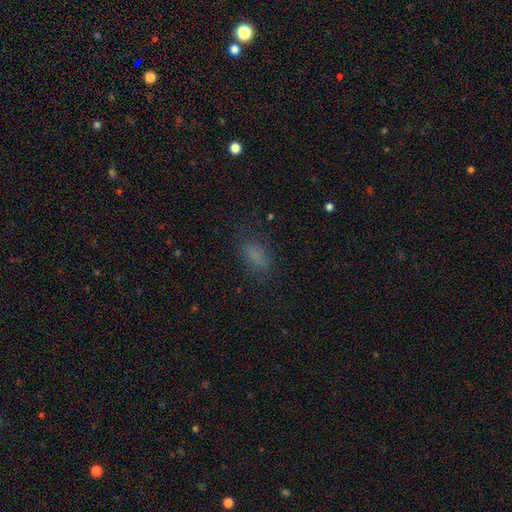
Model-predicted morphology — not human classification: smooth_or_featured: smooth (p=0.76) [alt: star or artifact p=0.16]
how_rounded: in between (p=0.85) [alt: cigar-shaped p=0.08]
merging: none (p=0.73) [alt: minor disturbance p=0.17]